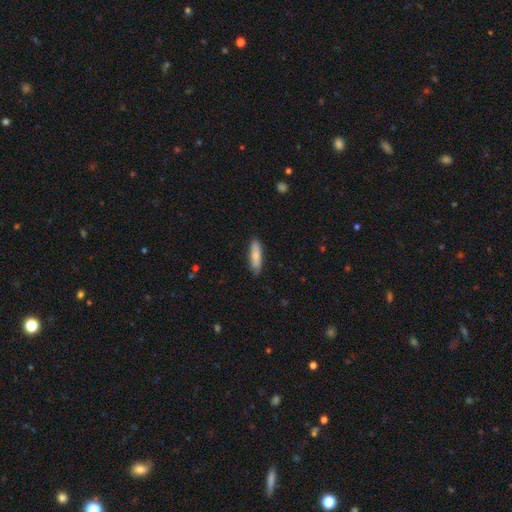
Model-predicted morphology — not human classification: A smooth galaxy with no disk features (78%) that is cigar-shaped (59%). Merging: none (85%).